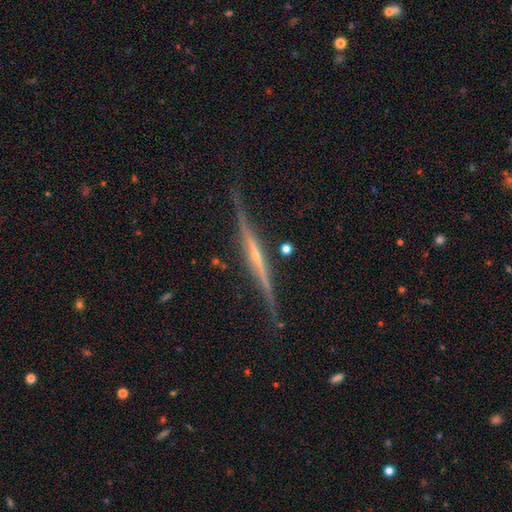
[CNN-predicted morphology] Q: Smooth or featured?
A: featured or disk (86%); runner-up: smooth (8%)
Q: Edge-on disk?
A: yes (98%); runner-up: no (2%)
Q: Edge-on bulge?
A: rounded (59%); runner-up: none (33%)
Q: Merging?
A: none (83%); runner-up: minor disturbance (12%)